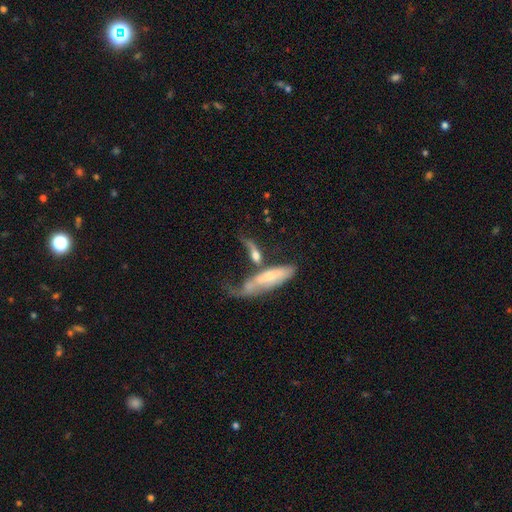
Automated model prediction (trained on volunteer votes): Smooth or featured: featured or disk — 49% (smooth — 43%)
Merging: merger — 50% (none — 21%)